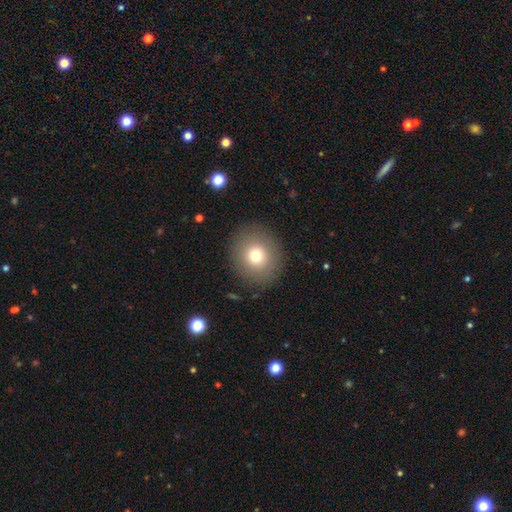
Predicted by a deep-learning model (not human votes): Smooth or featured? smooth (74%)
How rounded? round (85%)
Merging? none (88%)